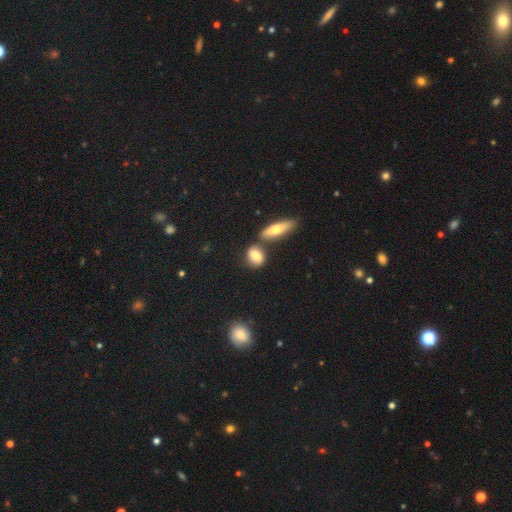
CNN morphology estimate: A smooth galaxy with no disk features (78%) that is in between round and cigar-shaped (56%).

Vote fractions:
- Smooth or featured? smooth: 78% / featured or disk: 13% / star or artifact: 9%
- How rounded? in between: 56% / round: 35% / cigar-shaped: 8%
- Merging? none: 66% / merger: 18% / minor disturbance: 13% / major disturbance: 4%